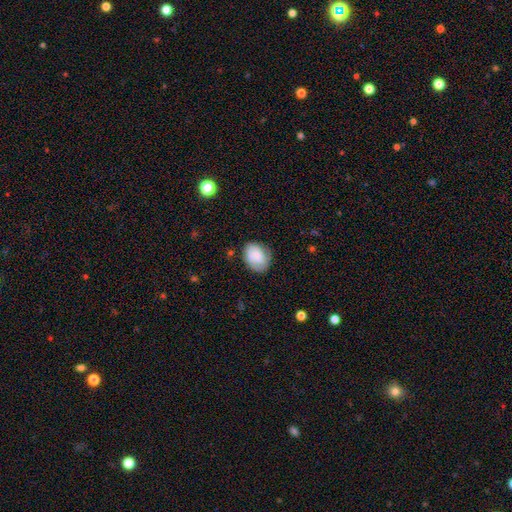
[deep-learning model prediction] This appears to be a smooth galaxy with no disk features (62%) that is in between round and cigar-shaped (68%). Merging: none (70%).